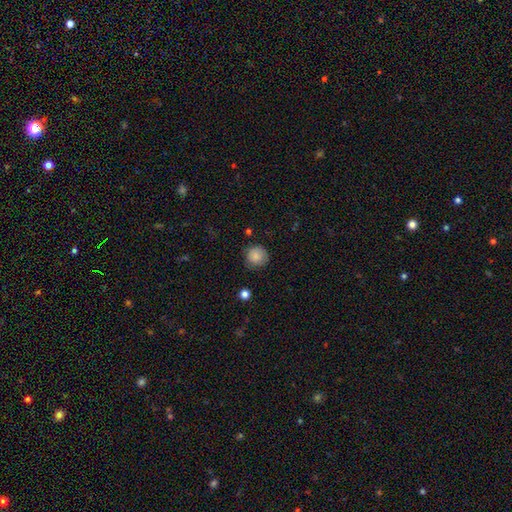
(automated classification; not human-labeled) Smooth or featured? Predicted: smooth (p=0.84). How rounded? Predicted: round (p=0.92). Merging? Predicted: none (p=0.77).